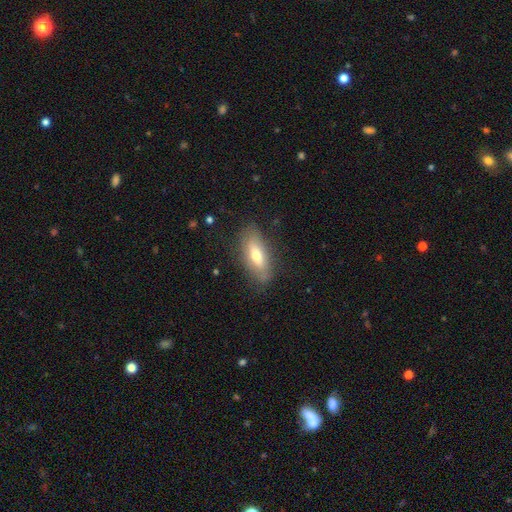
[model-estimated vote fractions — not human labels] smooth_or_featured: smooth (p=0.61) [alt: featured or disk p=0.32]
how_rounded: in between (p=0.69) [alt: cigar-shaped p=0.28]
merging: none (p=0.79) [alt: minor disturbance p=0.15]